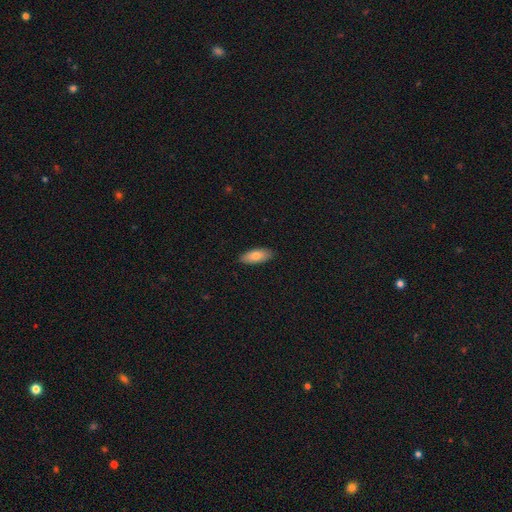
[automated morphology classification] Smooth or featured? Predicted: smooth (p=0.77). How rounded? Predicted: in between (p=0.81). Merging? Predicted: none (p=0.88).